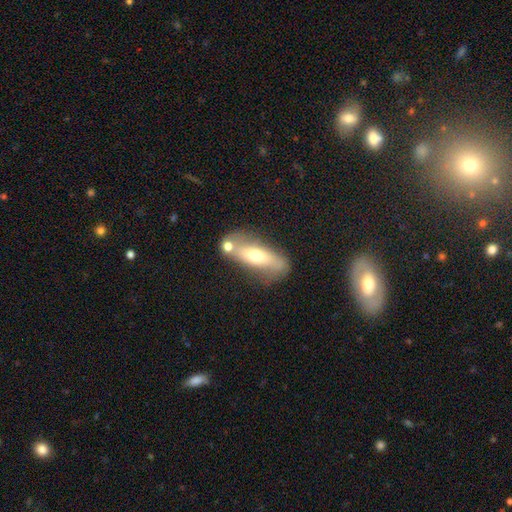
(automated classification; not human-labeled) smooth 48%, featured or disk 44%, star or artifact 8%. Down the decision tree: merging — none (58%).